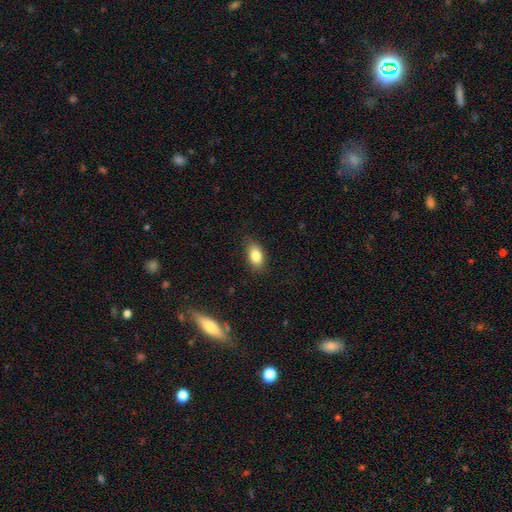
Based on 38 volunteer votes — Q: Smooth or featured?
A: smooth (92%); runner-up: star or artifact (8%)
Q: How rounded?
A: in between (91%); runner-up: round (9%)
Q: Merging?
A: none (77%); runner-up: minor disturbance (17%)